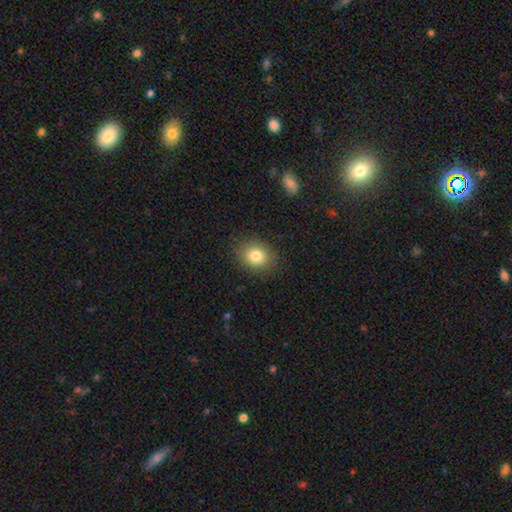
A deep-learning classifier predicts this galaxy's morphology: Smooth or featured?
  - smooth: 81% *
  - star or artifact: 10%
  - featured or disk: 9%
How rounded?
  - round: 54% *
  - in between: 45%
  - cigar-shaped: 1%
Merging?
  - none: 87% *
  - minor disturbance: 9%
  - major disturbance: 3%
  - merger: 1%